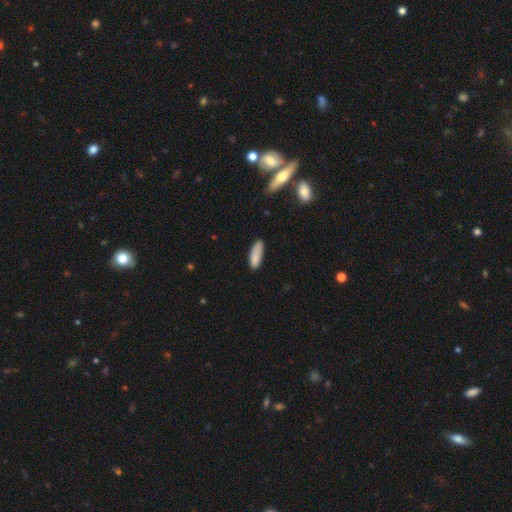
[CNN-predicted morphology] Smooth or featured: smooth — 85% (featured or disk — 8%)
How rounded: in between — 62% (cigar-shaped — 36%)
Merging: none — 69% (minor disturbance — 24%)